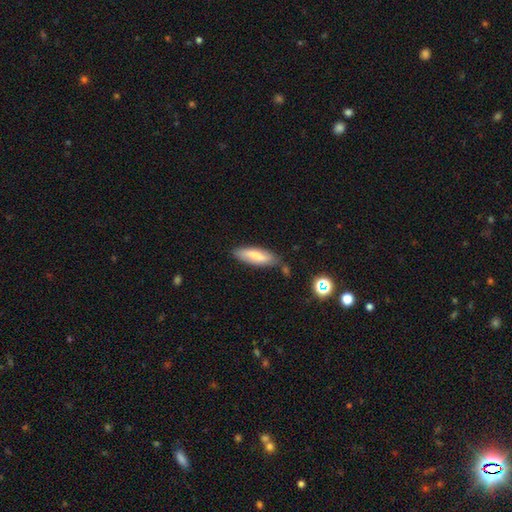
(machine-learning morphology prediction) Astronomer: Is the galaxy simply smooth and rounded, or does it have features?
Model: smooth — 71%.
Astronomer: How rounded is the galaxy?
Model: in between — 51% (runner-up: cigar-shaped, 47%).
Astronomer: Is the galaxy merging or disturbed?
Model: none — 74%.